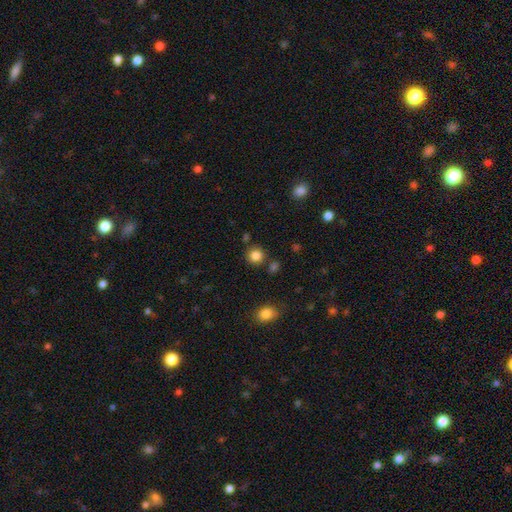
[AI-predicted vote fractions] Q: Smooth or featured?
A: smooth (84%); runner-up: star or artifact (11%)
Q: How rounded?
A: round (90%); runner-up: in between (9%)
Q: Merging?
A: none (83%); runner-up: minor disturbance (8%)